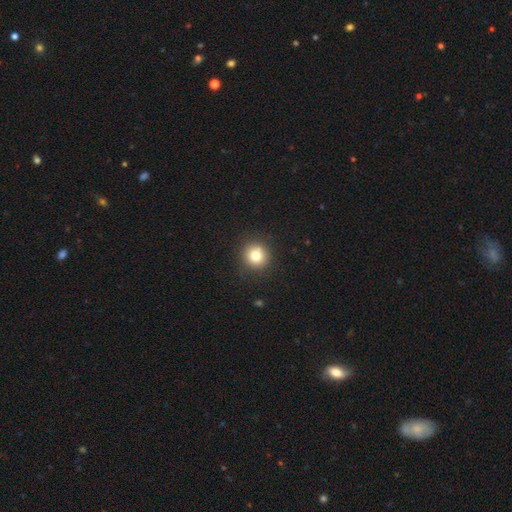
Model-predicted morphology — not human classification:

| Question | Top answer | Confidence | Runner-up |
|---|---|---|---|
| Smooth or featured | smooth | 78% | star or artifact (13%) |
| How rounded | round | 94% | in between (5%) |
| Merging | none | 89% | minor disturbance (7%) |